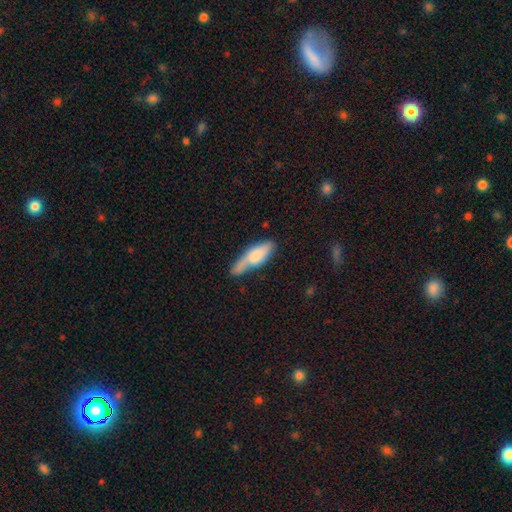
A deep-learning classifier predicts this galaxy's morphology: This is likely a smooth galaxy (67%). How rounded: possibly in between (50%). Merging: marginally none (44%).